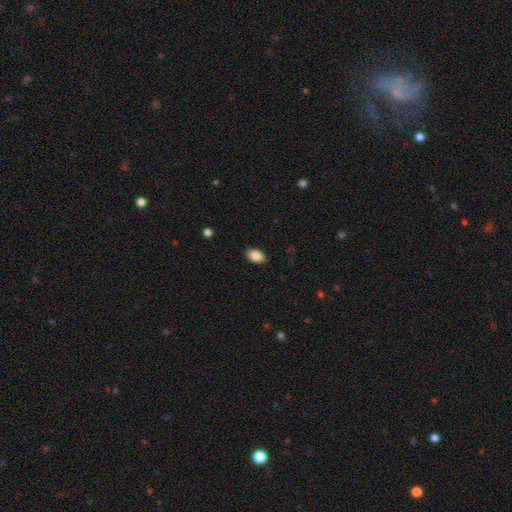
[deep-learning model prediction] smooth_or_featured: smooth (p=0.88) [alt: star or artifact p=0.08]
how_rounded: in between (p=0.90) [alt: round p=0.08]
merging: none (p=0.89) [alt: minor disturbance p=0.08]